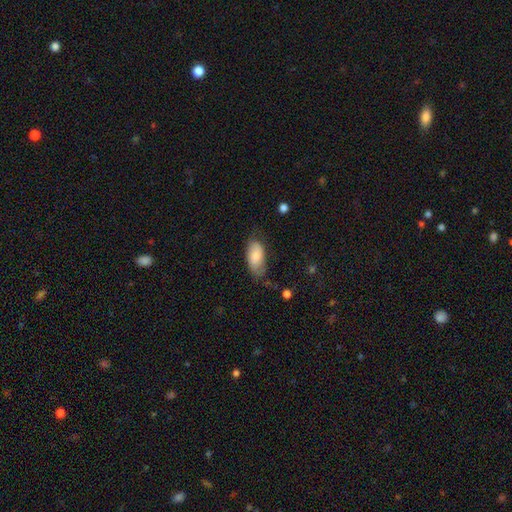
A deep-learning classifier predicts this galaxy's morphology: smooth-or-featured: smooth: 80% | featured or disk: 14% | star or artifact: 6%
  how-rounded: in between: 93% | cigar-shaped: 5% | round: 2%
  merging: none: 60% | minor disturbance: 30% | major disturbance: 8% | merger: 2%